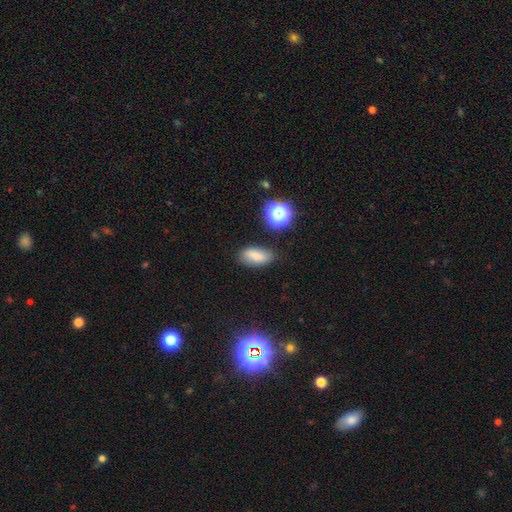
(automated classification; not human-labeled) This appears to be a smooth galaxy with no disk features (77%) that is in between round and cigar-shaped (86%). Merging: none (77%).